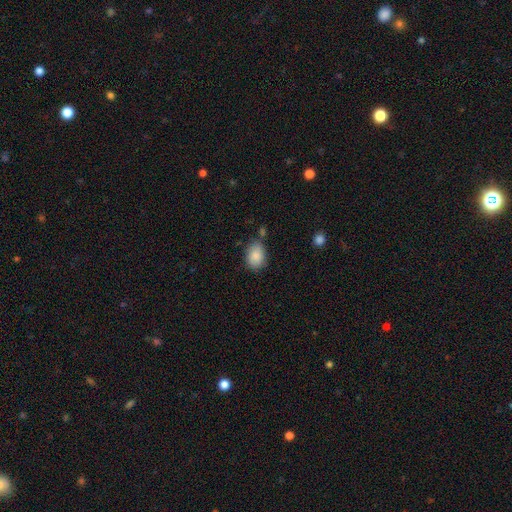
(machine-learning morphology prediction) type=smooth (88%); roundness=in between (76%); merging=none (73%).